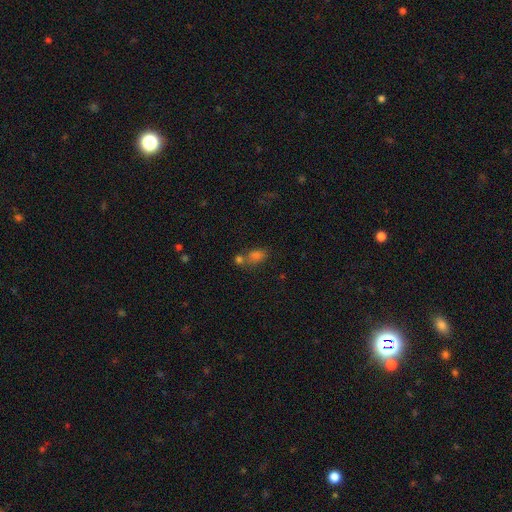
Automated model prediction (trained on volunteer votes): This is likely a smooth galaxy (70%). How rounded: likely in between (72%). Merging: possibly none (49%).